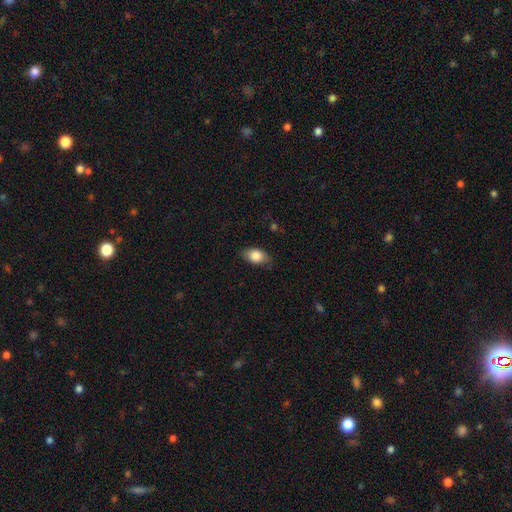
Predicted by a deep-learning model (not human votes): The model was most divided on "merging": none: 77%, minor disturbance: 18%, major disturbance: 4%, merger: 1%. More confident: how rounded — in between (88%); smooth or featured — smooth (83%).